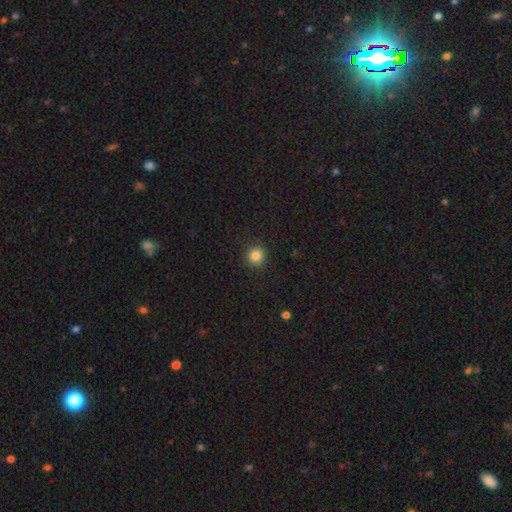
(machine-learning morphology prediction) smooth-or-featured: smooth: 84% | star or artifact: 11% | featured or disk: 4%
  how-rounded: round: 92% | in between: 7% | cigar-shaped: 1%
  merging: none: 90% | minor disturbance: 7% | major disturbance: 2% | merger: 1%